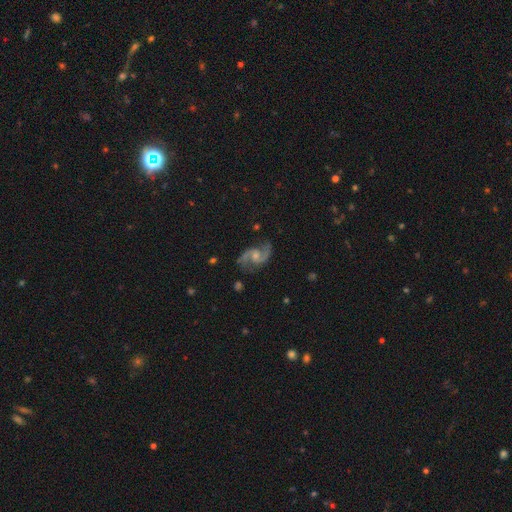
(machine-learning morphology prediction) Smooth or featured?
  - featured or disk: 91% *
  - star or artifact: 5%
  - smooth: 5%
Edge-on disk?
  - no: 98% *
  - yes: 2%
Bar?
  - no: 52% *
  - weak: 40%
  - strong: 7%
Spiral arms?
  - yes: 98% *
  - no: 2%
Spiral winding?
  - medium: 50% *
  - loose: 40%
  - tight: 10%
Spiral arm count?
  - 2: 94% *
  - can't tell: 2%
  - 1: 1%
  - 3: 1%
  - 4: 1%
  - more than 4: 1%
Bulge size?
  - small: 44% *
  - moderate: 41%
  - none: 10%
  - large: 3%
  - dominant: 1%
Merging?
  - none: 77% *
  - minor disturbance: 15%
  - major disturbance: 6%
  - merger: 2%